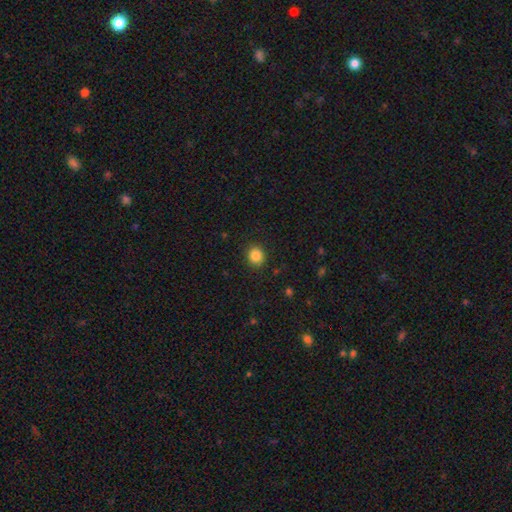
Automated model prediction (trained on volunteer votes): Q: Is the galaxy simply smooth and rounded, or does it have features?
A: smooth — 85%.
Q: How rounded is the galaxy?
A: round — 81%.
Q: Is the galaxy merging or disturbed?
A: none — 90%.